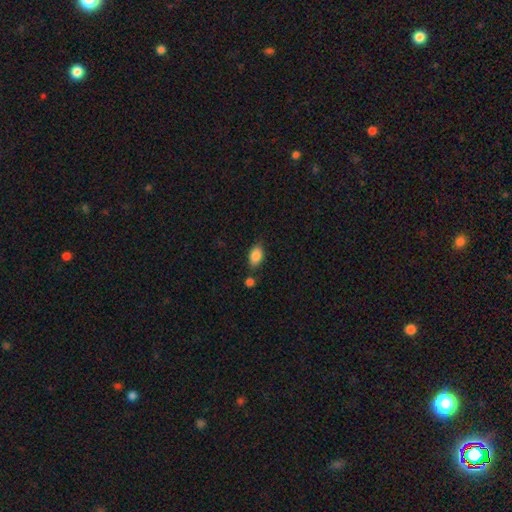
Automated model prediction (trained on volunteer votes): Smooth or featured?
  - smooth: 86% *
  - star or artifact: 7%
  - featured or disk: 6%
How rounded?
  - in between: 90% *
  - round: 7%
  - cigar-shaped: 3%
Merging?
  - none: 73% *
  - minor disturbance: 15%
  - merger: 9%
  - major disturbance: 4%